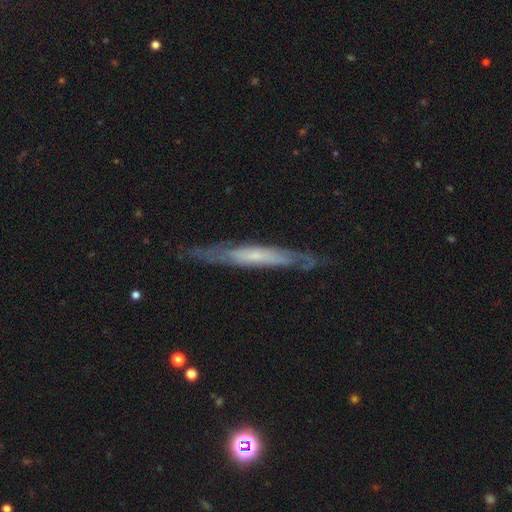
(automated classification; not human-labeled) A featured or disk galaxy (68%) viewed edge-on (69%).

Vote fractions:
- Smooth or featured? featured or disk: 68% / smooth: 26% / star or artifact: 6%
- Edge-on disk? yes: 69% / no: 31%
- Merging? none: 77% / minor disturbance: 17% / major disturbance: 5% / merger: 1%